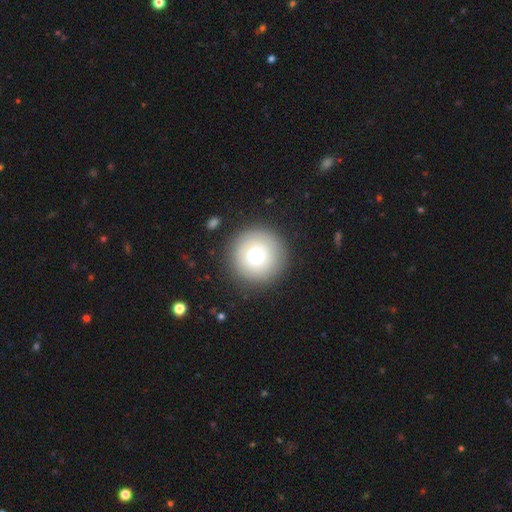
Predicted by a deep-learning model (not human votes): Smooth or featured? smooth (73%)
How rounded? round (97%)
Merging? none (89%)